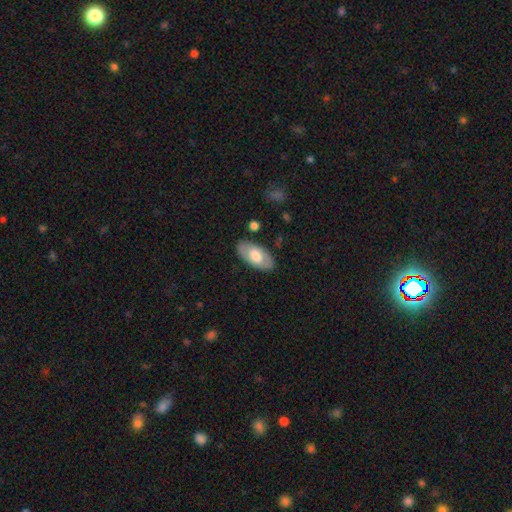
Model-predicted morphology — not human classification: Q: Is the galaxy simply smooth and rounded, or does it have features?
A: smooth — 59%.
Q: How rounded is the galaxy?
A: in between — 94%.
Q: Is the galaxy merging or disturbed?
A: none — 84%.